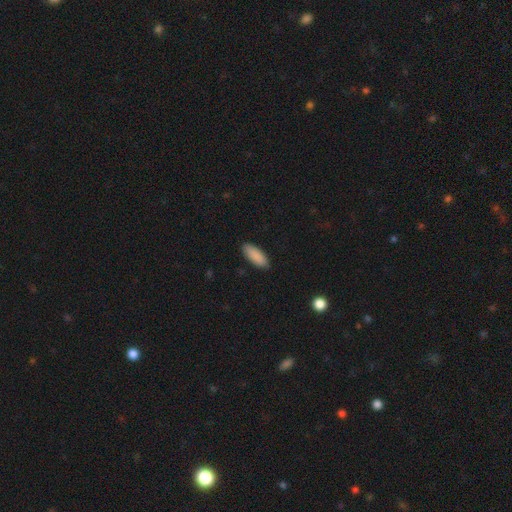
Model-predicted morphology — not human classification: Smooth or featured? smooth (90%)
How rounded? in between (77%)
Merging? none (89%)